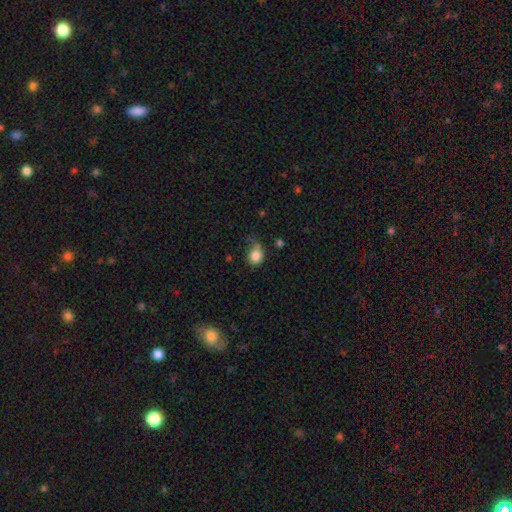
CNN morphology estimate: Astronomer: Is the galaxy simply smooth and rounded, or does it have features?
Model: smooth — 80%.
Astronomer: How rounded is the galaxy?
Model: round — 66%.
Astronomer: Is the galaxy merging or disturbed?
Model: none — 36% (runner-up: minor disturbance, 30%).